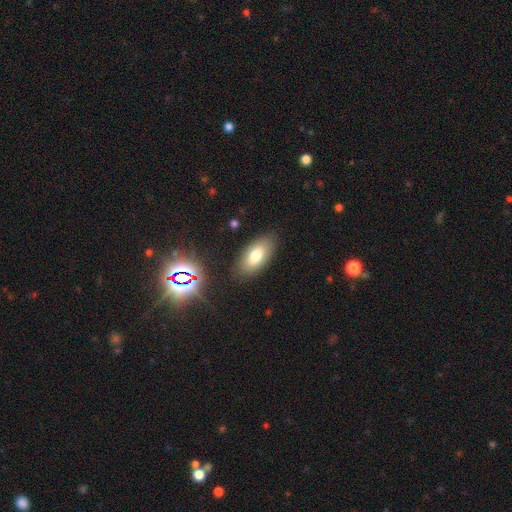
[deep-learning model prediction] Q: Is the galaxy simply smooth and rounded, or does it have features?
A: smooth — 75%.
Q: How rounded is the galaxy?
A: in between — 90%.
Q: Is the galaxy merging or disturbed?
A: none — 84%.